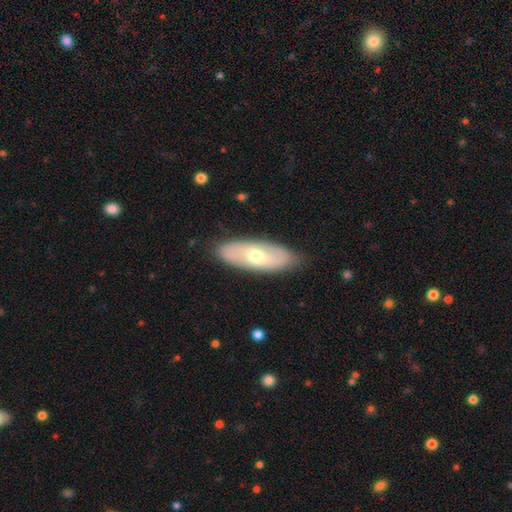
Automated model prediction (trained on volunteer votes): smooth-or-featured: featured or disk: 48% | smooth: 46% | star or artifact: 6%
  merging: none: 84% | minor disturbance: 12% | major disturbance: 2% | merger: 1%